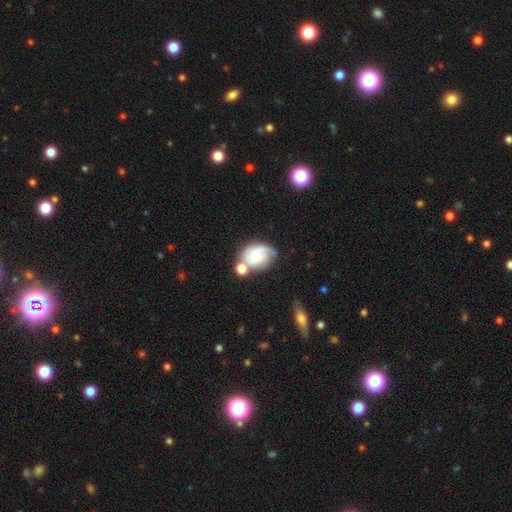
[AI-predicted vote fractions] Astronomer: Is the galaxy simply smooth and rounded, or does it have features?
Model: featured or disk — 56% (runner-up: smooth, 36%).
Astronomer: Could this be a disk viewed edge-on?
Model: no — 97%.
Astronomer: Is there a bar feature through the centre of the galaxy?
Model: no — 67%.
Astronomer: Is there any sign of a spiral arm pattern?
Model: yes — 85%.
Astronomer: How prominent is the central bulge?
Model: small — 50% (runner-up: moderate, 29%).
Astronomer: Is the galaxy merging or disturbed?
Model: none — 43% (runner-up: merger, 28%).